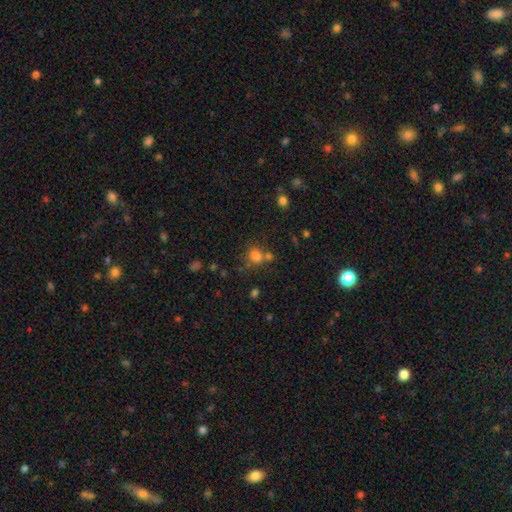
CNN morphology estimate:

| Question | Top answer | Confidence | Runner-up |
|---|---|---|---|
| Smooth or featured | smooth | 75% | star or artifact (16%) |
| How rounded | round | 63% | in between (36%) |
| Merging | none | 49% | merger (30%) |